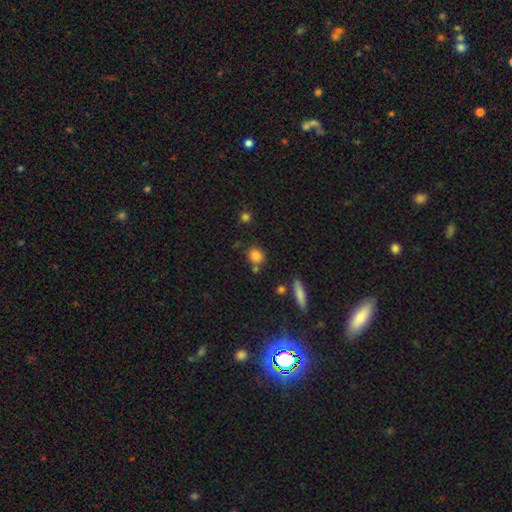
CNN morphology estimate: Overall: smooth (83%). How rounded: round (72%). Merging: none (70%).